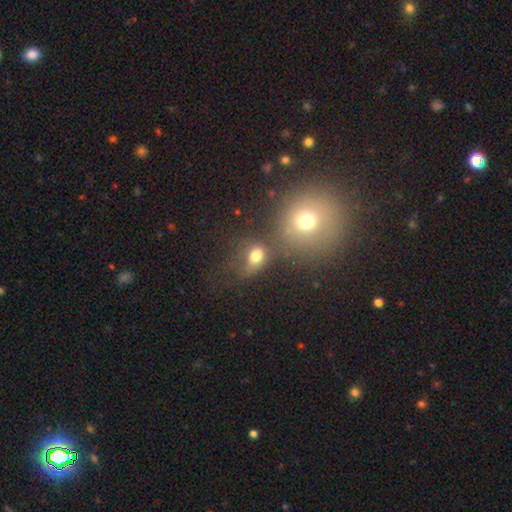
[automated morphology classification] type=smooth (71%); roundness=in between (58%); merging=none (42%).